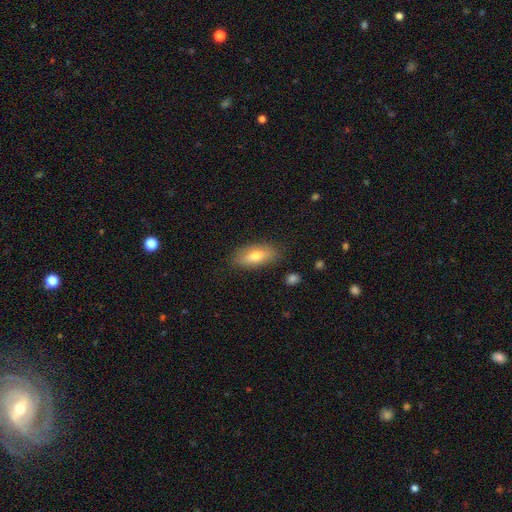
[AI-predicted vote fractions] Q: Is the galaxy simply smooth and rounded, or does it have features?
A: smooth — 72%.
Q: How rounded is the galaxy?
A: in between — 80%.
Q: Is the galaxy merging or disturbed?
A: none — 82%.